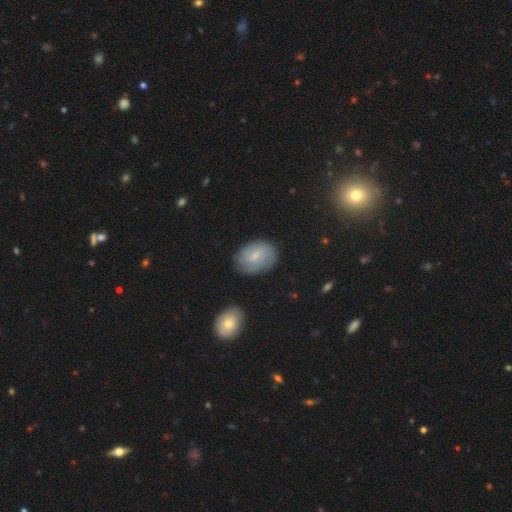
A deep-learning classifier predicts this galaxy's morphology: The model was most divided on "smooth or featured": smooth: 60%, featured or disk: 32%, star or artifact: 8%. More confident: merging — none (78%); how rounded — in between (72%).